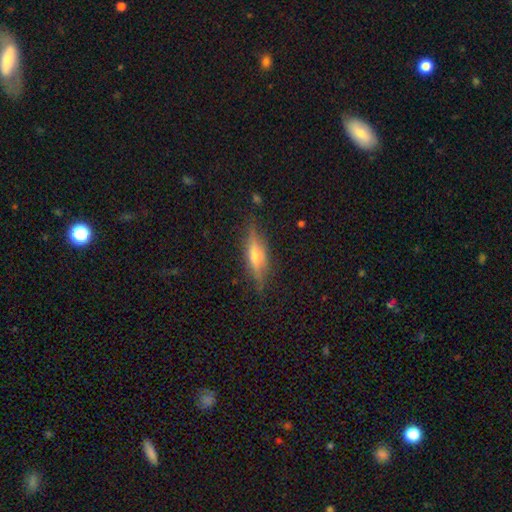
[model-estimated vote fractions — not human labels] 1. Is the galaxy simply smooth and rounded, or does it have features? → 59% featured or disk, 32% smooth, 8% star or artifact.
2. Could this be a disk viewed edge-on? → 92% yes, 8% no.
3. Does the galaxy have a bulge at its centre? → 82% rounded, 10% boxy, 7% none.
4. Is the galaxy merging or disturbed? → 83% none, 12% minor disturbance, 3% major disturbance, 1% merger.